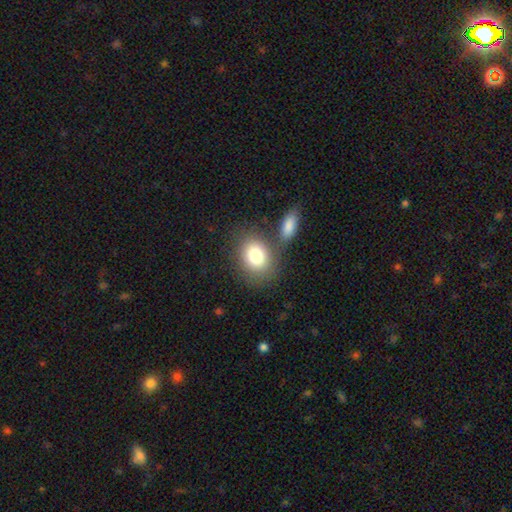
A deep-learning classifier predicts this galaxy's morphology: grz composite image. It shows a smooth galaxy with no disk features (81%) that is in between round and cigar-shaped (57%). Merging: none (63%).